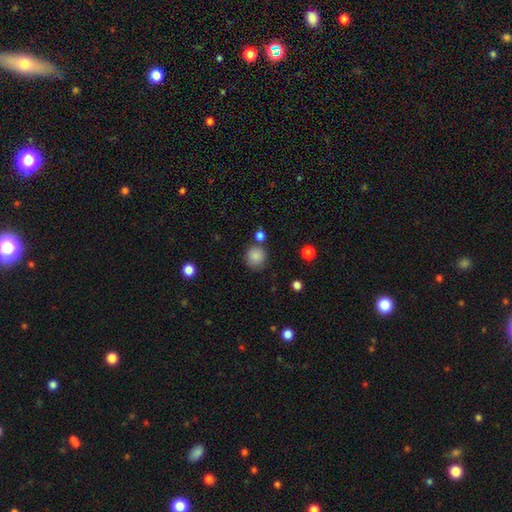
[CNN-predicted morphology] A smooth galaxy with no disk features (86%) that is round (92%).

Vote fractions:
- Smooth or featured? smooth: 86% / star or artifact: 9% / featured or disk: 4%
- How rounded? round: 92% / in between: 7% / cigar-shaped: 1%
- Merging? none: 78% / minor disturbance: 11% / merger: 7% / major disturbance: 4%